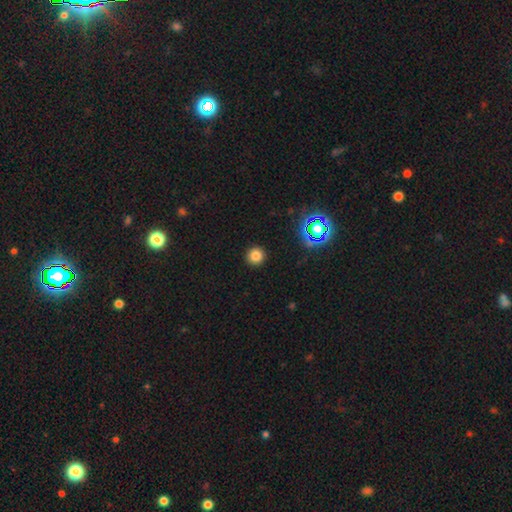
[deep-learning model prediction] Smooth or featured? smooth (80%)
How rounded? round (95%)
Merging? none (93%)